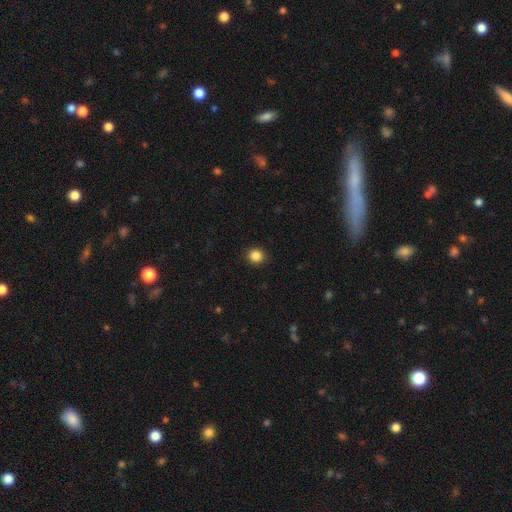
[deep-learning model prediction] A smooth galaxy with no disk features (86%) that is round (93%). Merging: none (92%).